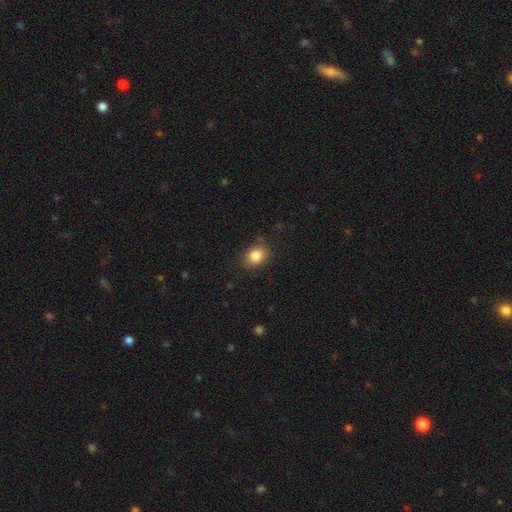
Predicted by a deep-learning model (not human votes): The model was most divided on "how rounded": round: 50%, in between: 49%, cigar-shaped: 1%. More confident: smooth or featured — smooth (85%); merging — none (83%).